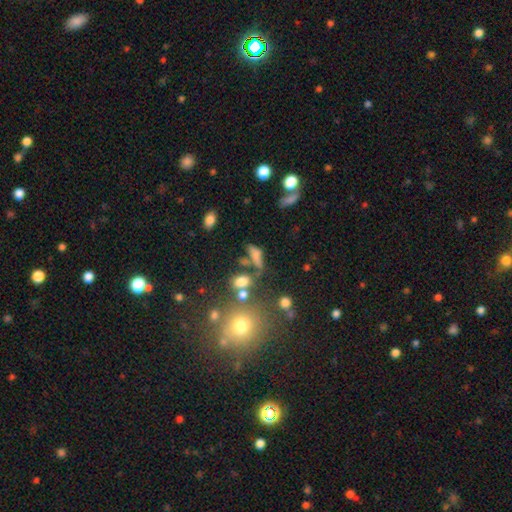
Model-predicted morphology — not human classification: Smooth or featured: smooth — 64% (featured or disk — 20%)
How rounded: in between — 54% (cigar-shaped — 35%)
Merging: none — 41% (merger — 26%)